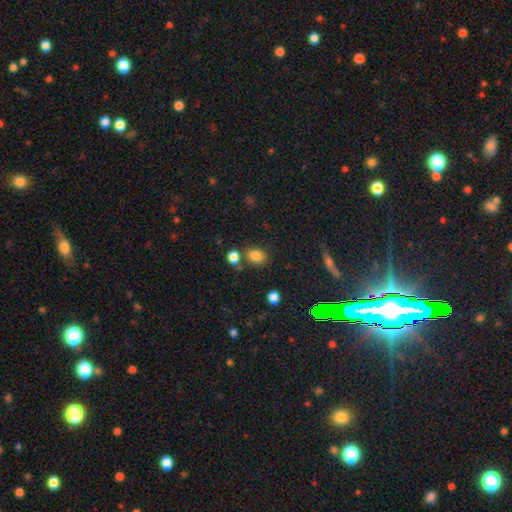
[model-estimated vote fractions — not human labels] This is clearly a smooth galaxy (82%). How rounded: possibly in between (51%). Merging: likely none (70%).